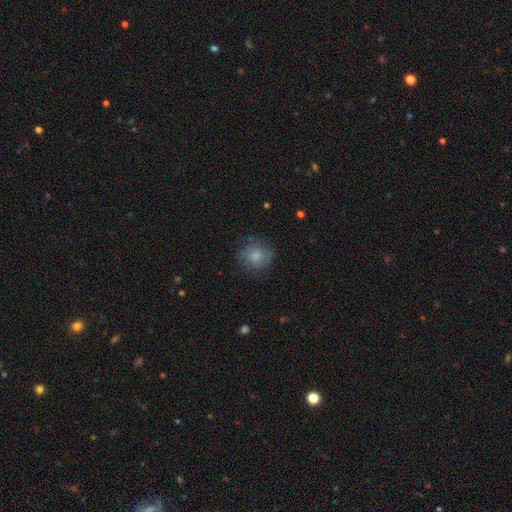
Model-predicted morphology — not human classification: A smooth galaxy with no disk features (74%) that is round (85%). Merging: none (76%).